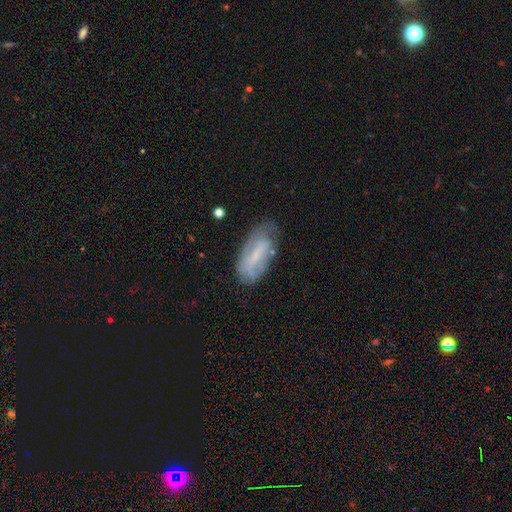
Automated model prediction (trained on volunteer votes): This is possibly a featured or disk galaxy (50%). It is clearly not viewed edge-on (87%). Merging: possibly none (59%).